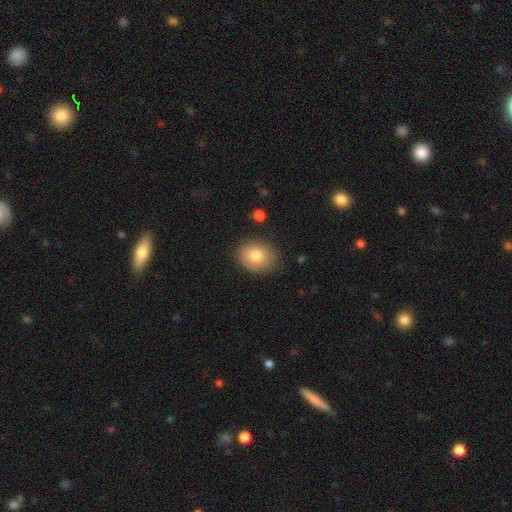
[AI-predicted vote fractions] Morphology: type=smooth (81%); roundness=in between (52%); merging=none (82%).